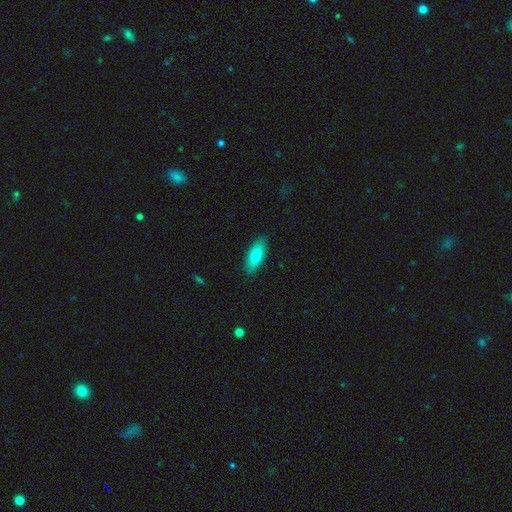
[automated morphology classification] smooth-or-featured: smooth: 76% | featured or disk: 17% | star or artifact: 6%
  how-rounded: in between: 79% | cigar-shaped: 18% | round: 3%
  merging: none: 88% | minor disturbance: 9% | major disturbance: 2% | merger: 1%